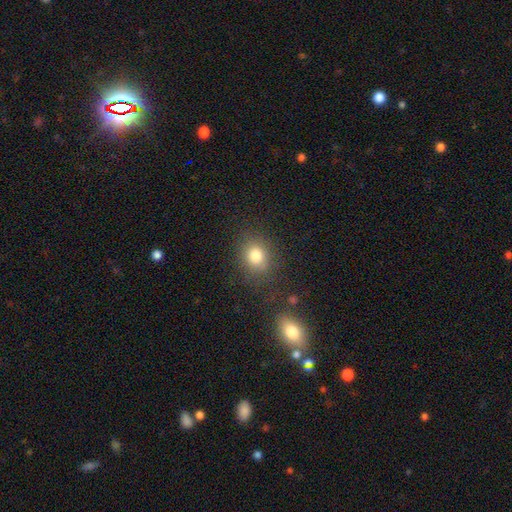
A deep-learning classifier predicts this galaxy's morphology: Q: Smooth or featured?
A: smooth (80%); runner-up: star or artifact (13%)
Q: How rounded?
A: round (64%); runner-up: in between (35%)
Q: Merging?
A: none (81%); runner-up: minor disturbance (12%)